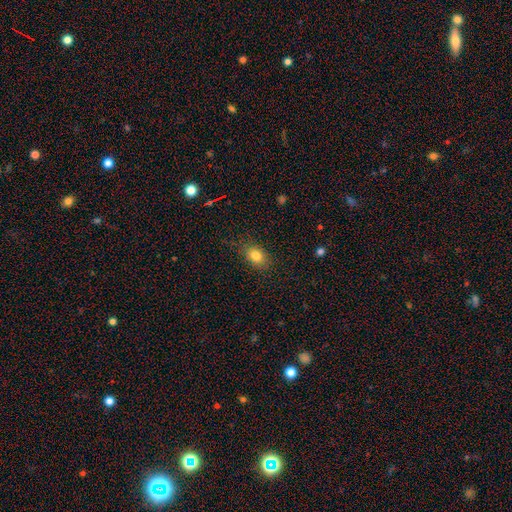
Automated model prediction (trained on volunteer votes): Smooth or featured?
  - smooth: 81% *
  - star or artifact: 10%
  - featured or disk: 8%
How rounded?
  - in between: 73% *
  - round: 26%
  - cigar-shaped: 2%
Merging?
  - none: 82% *
  - minor disturbance: 14%
  - major disturbance: 4%
  - merger: 1%